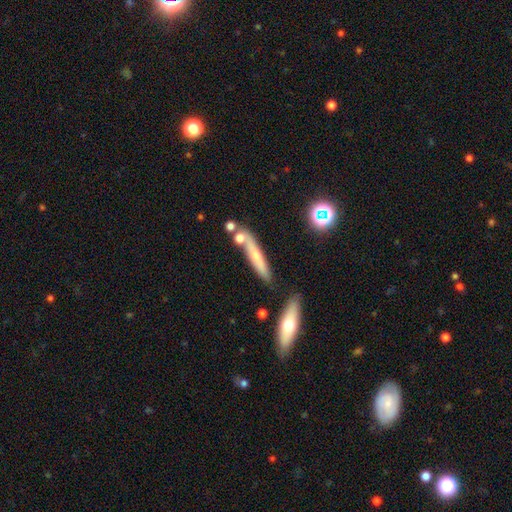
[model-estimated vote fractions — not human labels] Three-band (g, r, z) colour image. It shows a smooth galaxy with no disk features (55%) that is cigar-shaped (87%). Merging: none (70%).